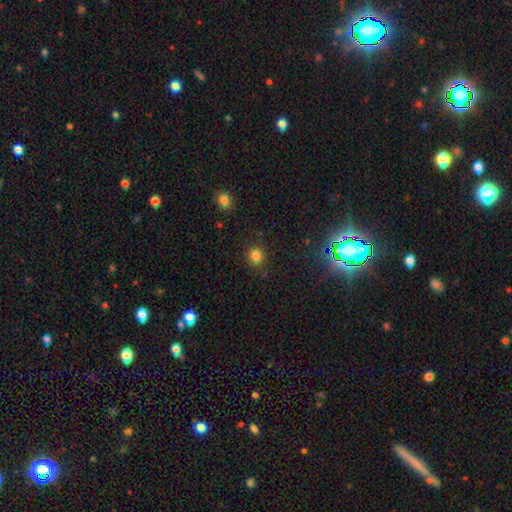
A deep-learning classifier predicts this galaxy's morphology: A smooth galaxy with no disk features (81%) that is round (77%).

Vote fractions:
- Smooth or featured? smooth: 81% / star or artifact: 14% / featured or disk: 5%
- How rounded? round: 77% / in between: 22% / cigar-shaped: 1%
- Merging? none: 85% / minor disturbance: 10% / major disturbance: 3% / merger: 2%